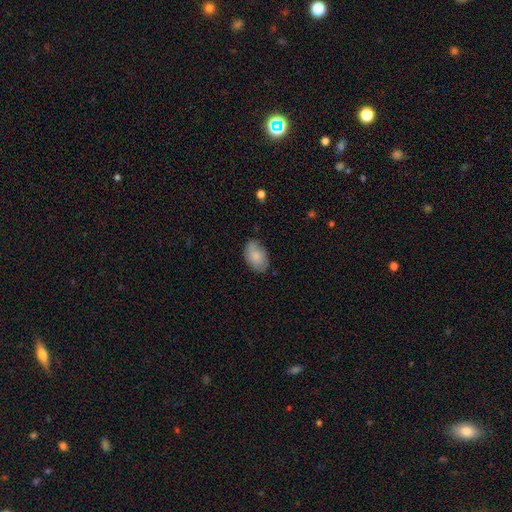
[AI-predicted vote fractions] A smooth galaxy with no disk features (82%) that is in between round and cigar-shaped (90%). Merging: none (75%).